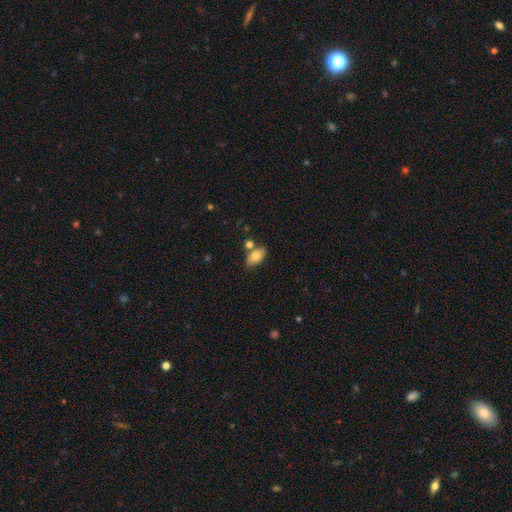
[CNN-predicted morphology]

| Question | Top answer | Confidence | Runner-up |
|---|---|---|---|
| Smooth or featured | smooth | 79% | featured or disk (13%) |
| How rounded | in between | 90% | round (6%) |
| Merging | none | 61% | merger (18%) |